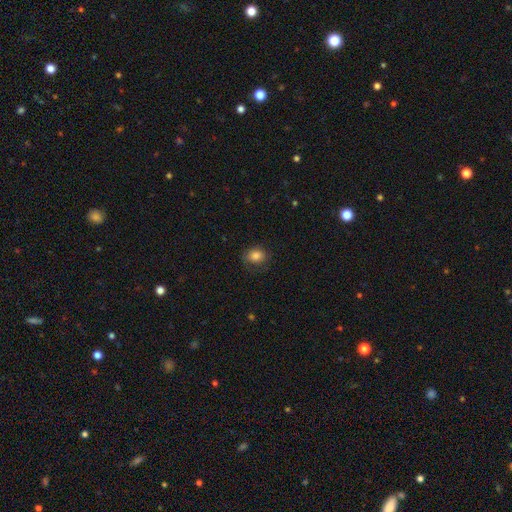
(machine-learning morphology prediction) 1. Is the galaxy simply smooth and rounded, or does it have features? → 82% smooth, 10% star or artifact, 8% featured or disk.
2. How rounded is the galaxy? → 50% round, 49% in between, 1% cigar-shaped.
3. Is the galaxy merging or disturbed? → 72% none, 19% minor disturbance, 7% major disturbance, 1% merger.